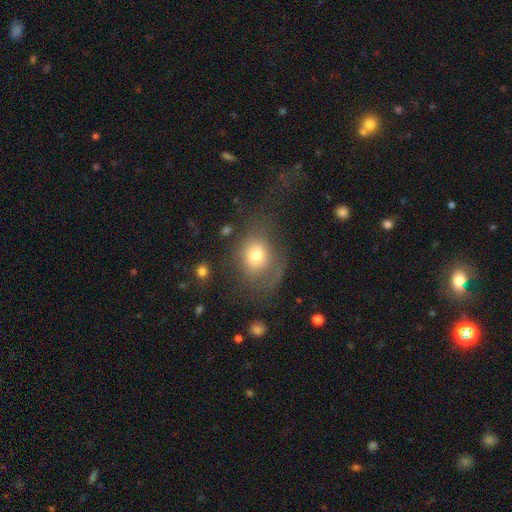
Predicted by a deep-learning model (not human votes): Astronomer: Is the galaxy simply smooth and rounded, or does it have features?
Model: smooth — 68%.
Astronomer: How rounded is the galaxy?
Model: round — 58% (runner-up: in between, 40%).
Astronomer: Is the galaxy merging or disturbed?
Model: none — 45% (runner-up: major disturbance, 31%).